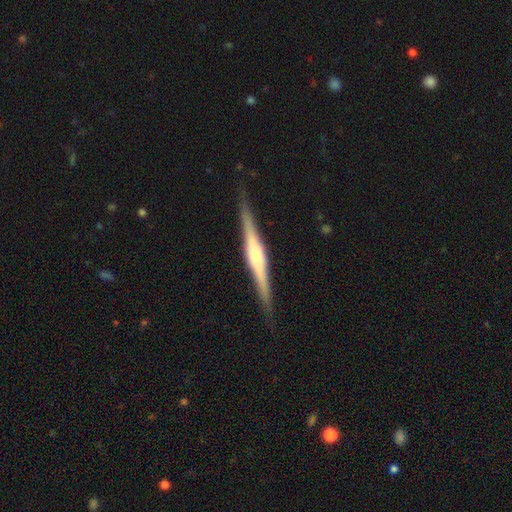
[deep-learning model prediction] Overall: featured or disk (79%). Edge-on disk: yes (98%). Edge-on bulge: rounded (63%; boxy 29%). Merging: none (88%).